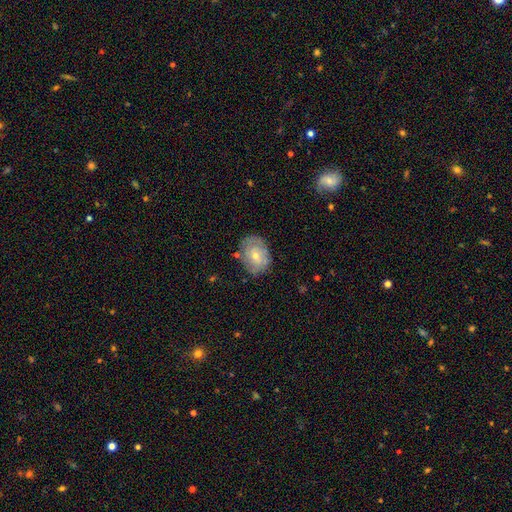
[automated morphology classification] Overall: featured or disk (48%; smooth 43%). Merging: none (70%).